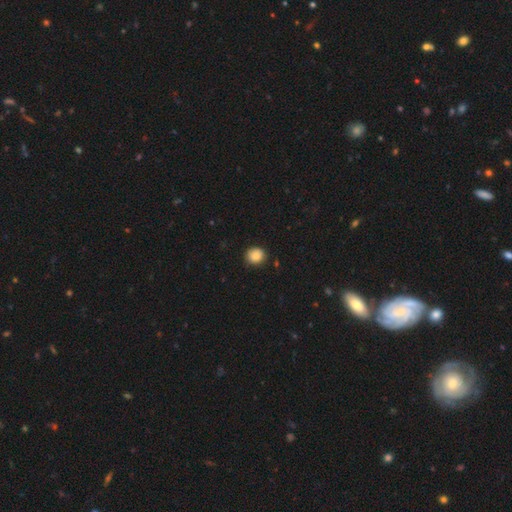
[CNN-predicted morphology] A smooth galaxy with no disk features (85%) that is round (82%).

Vote fractions:
- Smooth or featured? smooth: 85% / star or artifact: 10% / featured or disk: 6%
- How rounded? round: 82% / in between: 18% / cigar-shaped: 1%
- Merging? none: 85% / minor disturbance: 12% / major disturbance: 2% / merger: 1%